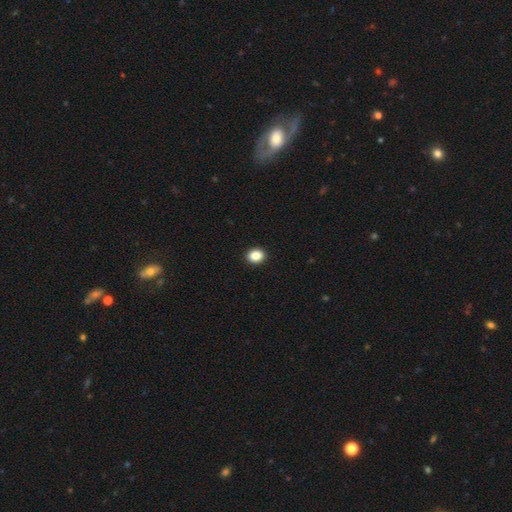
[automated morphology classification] smooth-or-featured: smooth: 87% | star or artifact: 10% | featured or disk: 3%
  how-rounded: round: 56% | in between: 43% | cigar-shaped: 1%
  merging: none: 93% | minor disturbance: 5% | major disturbance: 1% | merger: 1%